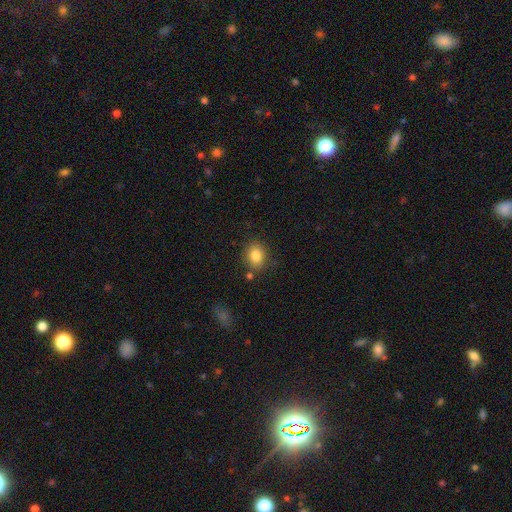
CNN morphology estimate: A smooth galaxy with no disk features (84%) that is round (56%).

Vote fractions:
- Smooth or featured? smooth: 84% / star or artifact: 10% / featured or disk: 7%
- How rounded? round: 56% / in between: 43% / cigar-shaped: 1%
- Merging? none: 80% / minor disturbance: 12% / merger: 5% / major disturbance: 3%